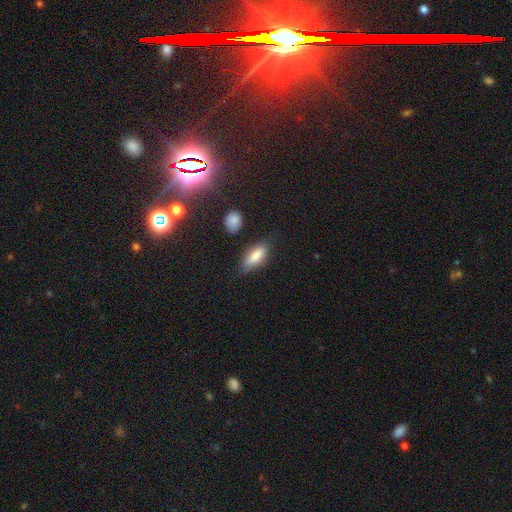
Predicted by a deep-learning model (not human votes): smooth 79%, featured or disk 13%, star or artifact 8%. Down the decision tree: how rounded — in between (71%); merging — none (73%).